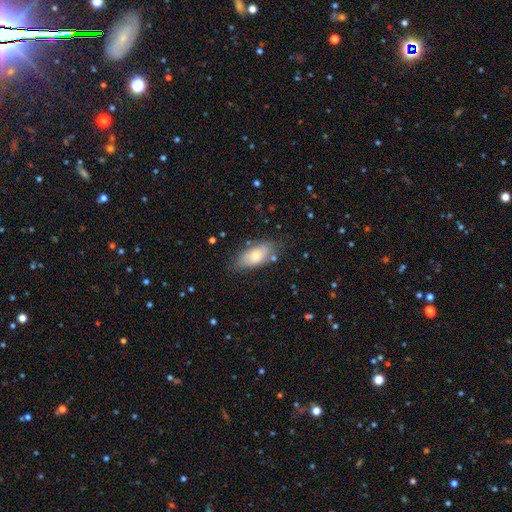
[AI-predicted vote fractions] A smooth galaxy with no disk features (66%) that is in between round and cigar-shaped (90%). Merging: none (68%).